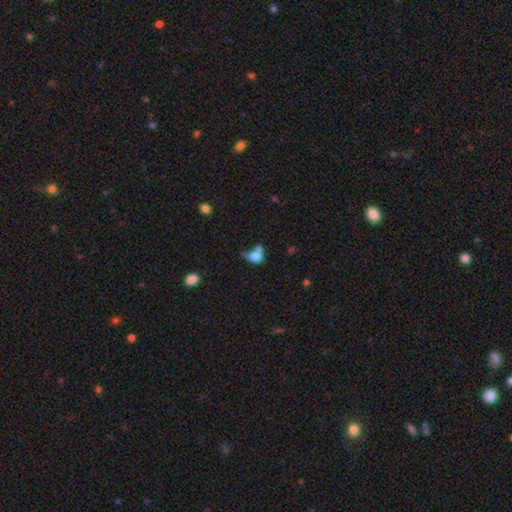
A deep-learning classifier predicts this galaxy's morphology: type=smooth (74%); roundness=in between (65%); merging=merger (43%).